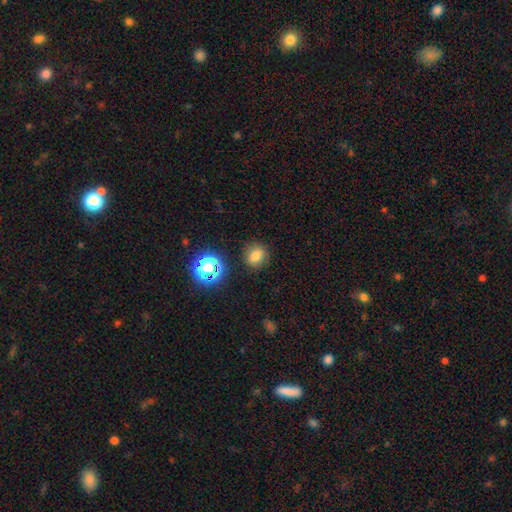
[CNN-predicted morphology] A smooth galaxy with no disk features (75%) that is round (72%).

Vote fractions:
- Smooth or featured? smooth: 75% / star or artifact: 18% / featured or disk: 7%
- How rounded? round: 72% / in between: 27% / cigar-shaped: 1%
- Merging? none: 85% / minor disturbance: 10% / major disturbance: 3% / merger: 2%